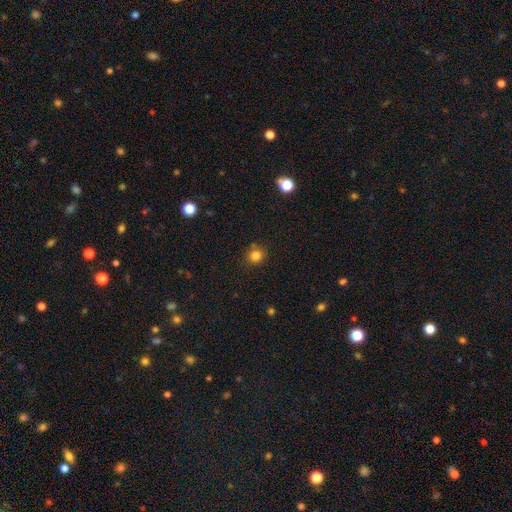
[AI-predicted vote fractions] A smooth galaxy with no disk features (82%) that is round (86%). Merging: none (79%).